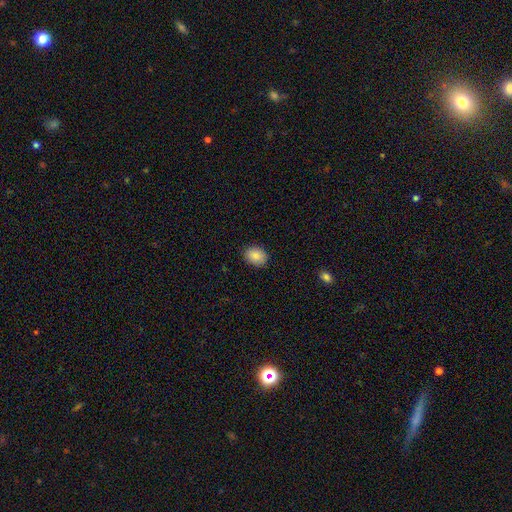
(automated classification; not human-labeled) smooth-or-featured: smooth: 84% | star or artifact: 8% | featured or disk: 7%
  how-rounded: in between: 61% | round: 38% | cigar-shaped: 1%
  merging: none: 87% | minor disturbance: 10% | major disturbance: 2% | merger: 1%